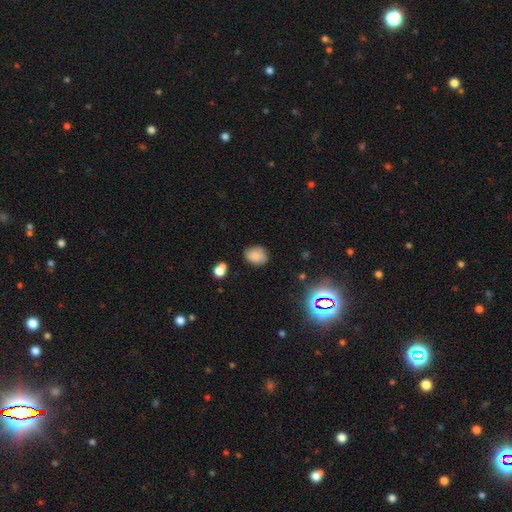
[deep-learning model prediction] Q: Smooth or featured?
A: smooth (82%); runner-up: star or artifact (11%)
Q: How rounded?
A: in between (58%); runner-up: round (40%)
Q: Merging?
A: none (77%); runner-up: minor disturbance (17%)